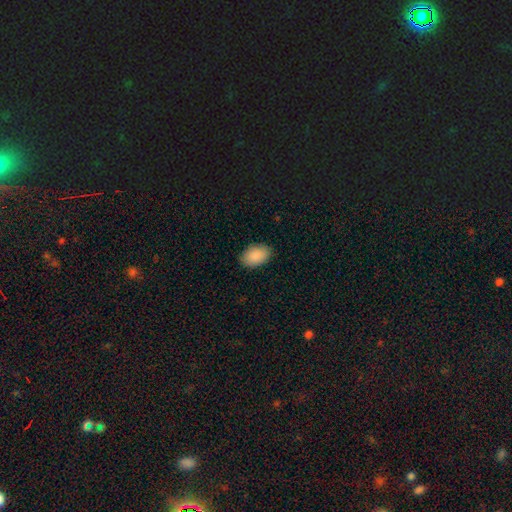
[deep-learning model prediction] Smooth or featured?
  - smooth: 90% *
  - star or artifact: 6%
  - featured or disk: 4%
How rounded?
  - in between: 88% *
  - round: 11%
  - cigar-shaped: 1%
Merging?
  - none: 87% *
  - minor disturbance: 10%
  - major disturbance: 2%
  - merger: 1%